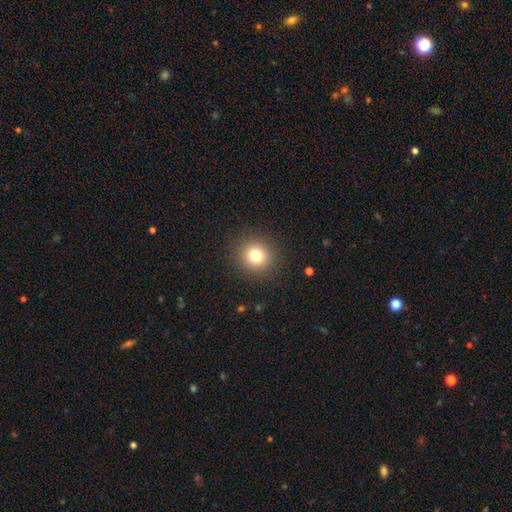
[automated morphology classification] A smooth galaxy with no disk features (78%) that is round (91%).

Vote fractions:
- Smooth or featured? smooth: 78% / star or artifact: 14% / featured or disk: 8%
- How rounded? round: 91% / in between: 8% / cigar-shaped: 1%
- Merging? none: 91% / minor disturbance: 6% / major disturbance: 3% / merger: 1%